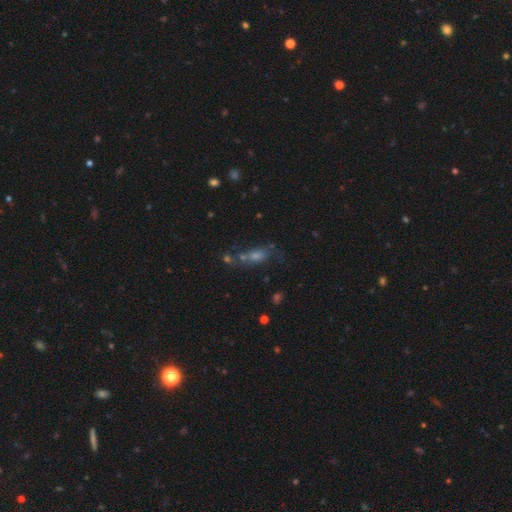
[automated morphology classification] smooth 43%, star or artifact 29%, featured or disk 28%. Down the decision tree: merging — none (48%).